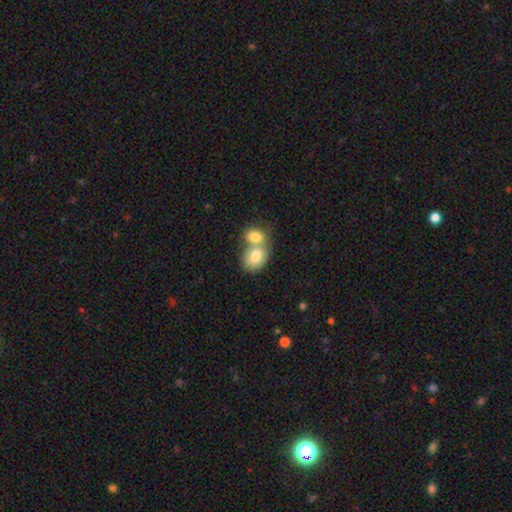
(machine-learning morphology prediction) This is likely a smooth galaxy (77%). How rounded: likely in between (65%). Merging: likely merger (68%).